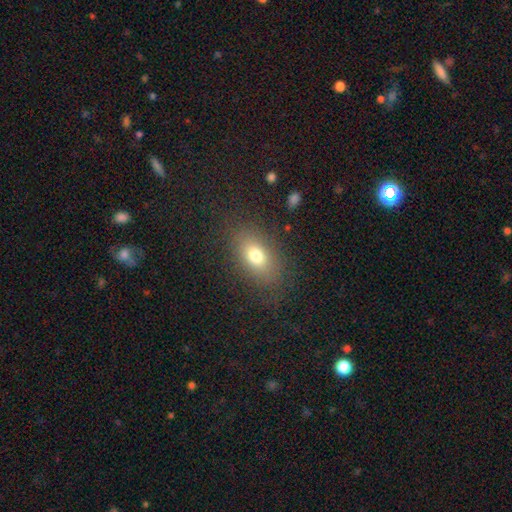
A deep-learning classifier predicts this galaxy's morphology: This appears to be a smooth galaxy with no disk features (74%) that is in between round and cigar-shaped (84%). Merging: none (81%).